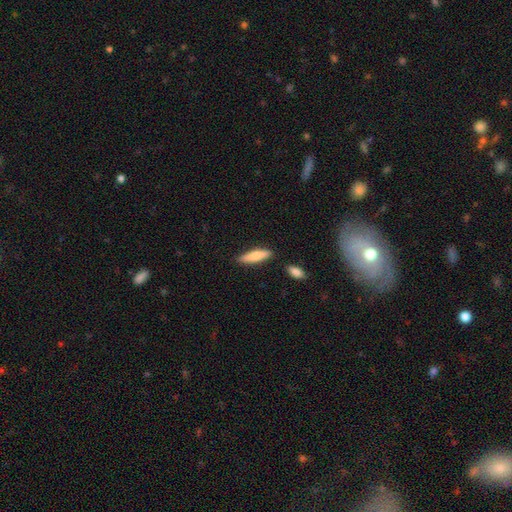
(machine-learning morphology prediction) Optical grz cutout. It shows a smooth galaxy with no disk features (76%) that is cigar-shaped (70%). Merging: none (83%).